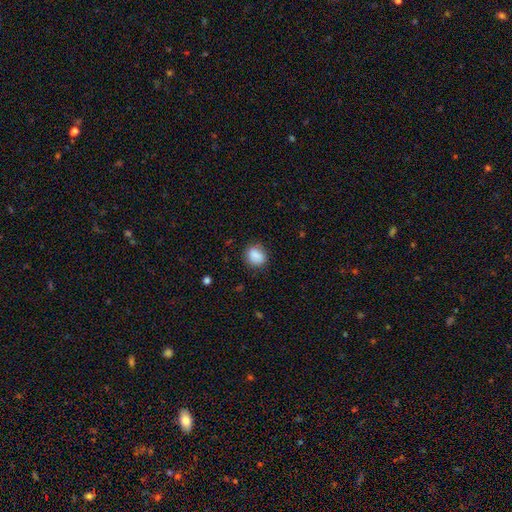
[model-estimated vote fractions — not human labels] smooth_or_featured: smooth (p=0.88) [alt: star or artifact p=0.08]
how_rounded: round (p=0.61) [alt: in between p=0.38]
merging: none (p=0.81) [alt: minor disturbance p=0.14]